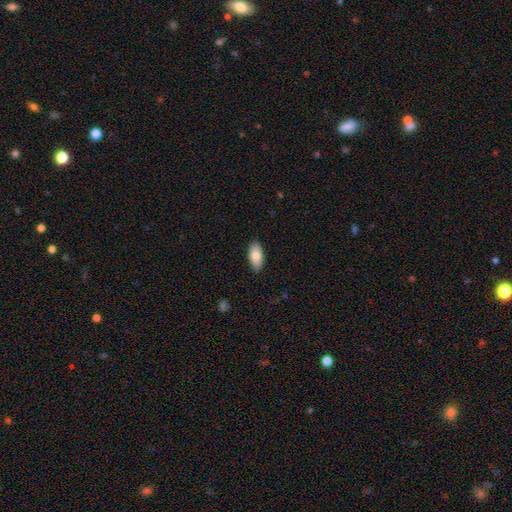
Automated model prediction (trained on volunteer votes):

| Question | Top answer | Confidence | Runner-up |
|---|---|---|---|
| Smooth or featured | smooth | 80% | featured or disk (14%) |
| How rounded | in between | 91% | cigar-shaped (6%) |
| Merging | none | 88% | minor disturbance (9%) |